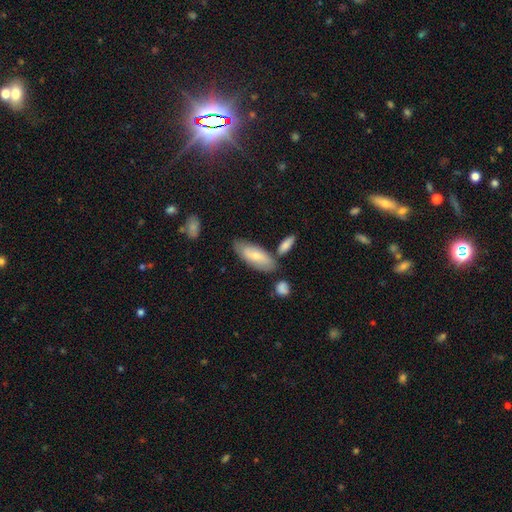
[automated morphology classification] Q: Smooth or featured?
A: smooth (65%); runner-up: featured or disk (29%)
Q: How rounded?
A: in between (76%); runner-up: cigar-shaped (22%)
Q: Merging?
A: none (70%); runner-up: minor disturbance (16%)